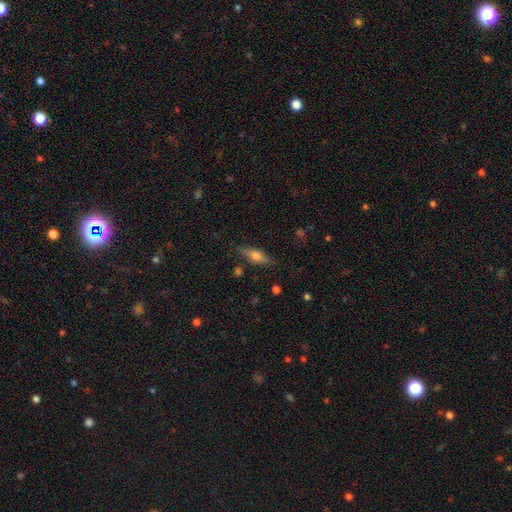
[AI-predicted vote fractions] Q: Smooth or featured?
A: featured or disk (57%); runner-up: smooth (35%)
Q: Edge-on disk?
A: yes (94%); runner-up: no (6%)
Q: Edge-on bulge?
A: rounded (90%); runner-up: boxy (7%)
Q: Merging?
A: none (84%); runner-up: minor disturbance (11%)